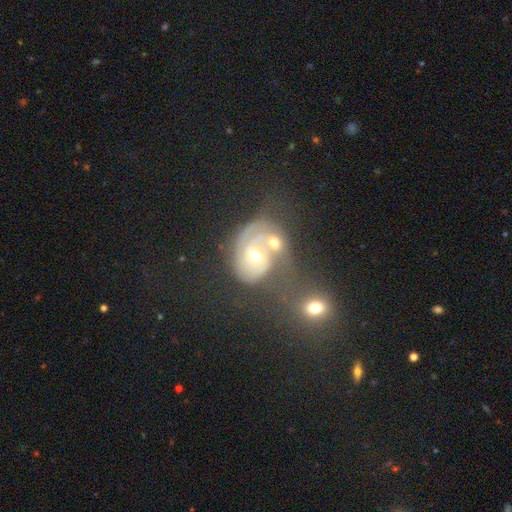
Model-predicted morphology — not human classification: A featured or disk galaxy (74%) with no bar (75%), 2 (55%) tight (56%) spiral arms (88%) and a moderate central bulge (56%).

Vote fractions:
- Smooth or featured? featured or disk: 74% / smooth: 16% / star or artifact: 10%
- Edge-on disk? no: 97% / yes: 3%
- Bar? no: 75% / weak: 20% / strong: 5%
- Spiral arms? yes: 88% / no: 12%
- Spiral winding? tight: 56% / medium: 33% / loose: 12%
- Spiral arm count? 2: 55% / can't tell: 20% / 1: 12% / 3: 8% / 4: 3% / more than 4: 3%
- Bulge size? moderate: 56% / small: 38% / large: 3% / none: 1% / dominant: 1%
- Merging? merger: 49% / none: 27% / major disturbance: 13% / minor disturbance: 11%